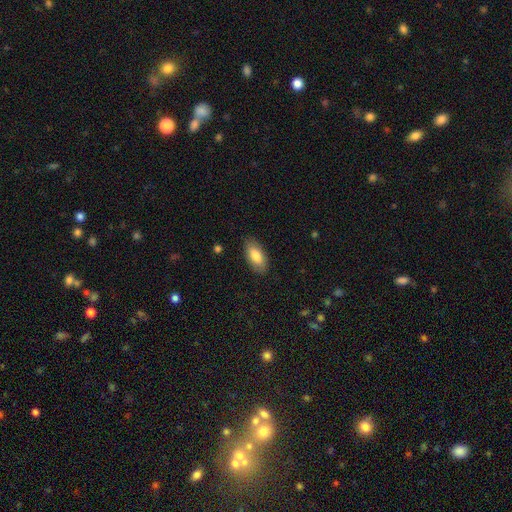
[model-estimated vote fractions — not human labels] A smooth galaxy with no disk features (81%) that is in between round and cigar-shaped (90%).

Vote fractions:
- Smooth or featured? smooth: 81% / featured or disk: 13% / star or artifact: 6%
- How rounded? in between: 90% / cigar-shaped: 8% / round: 2%
- Merging? none: 86% / minor disturbance: 10% / major disturbance: 2% / merger: 1%